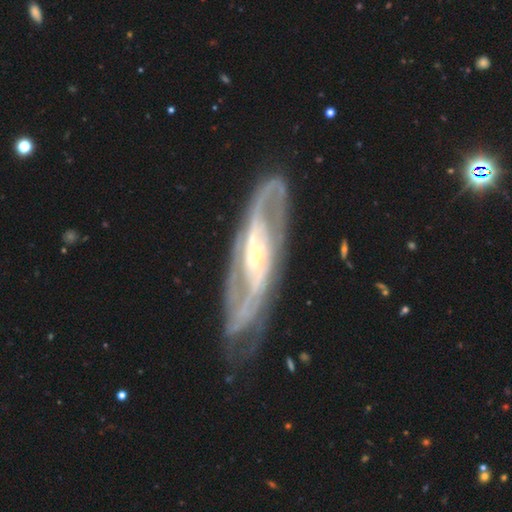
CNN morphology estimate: Smooth or featured: featured or disk — 88% (smooth — 6%)
Edge-on disk: no — 87% (yes — 13%)
Bar: no — 45% (weak — 29%)
Spiral arms: yes — 94% (no — 6%)
Spiral winding: medium — 45% (tight — 39%)
Spiral arm count: 2 — 73% (can't tell — 13%)
Bulge size: small — 75% (moderate — 20%)
Merging: none — 75% (minor disturbance — 16%)